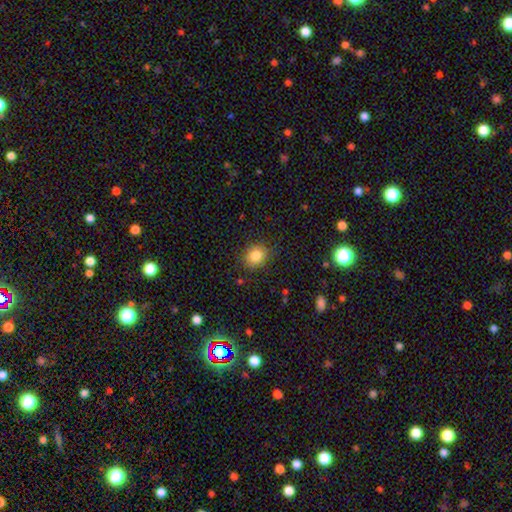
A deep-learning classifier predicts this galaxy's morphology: Smooth or featured? smooth (83%)
How rounded? round (64%)
Merging? none (84%)